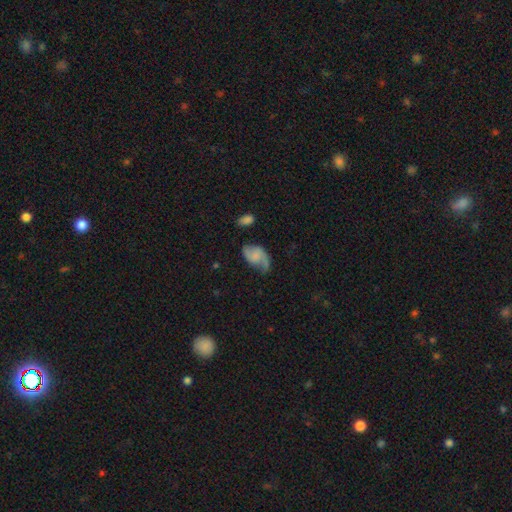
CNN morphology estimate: smooth_or_featured: featured or disk (p=0.53) [alt: smooth p=0.38]
disk_edge_on: no (p=0.97) [alt: yes p=0.03]
bar: no (p=0.66) [alt: weak p=0.28]
has_spiral_arms: yes (p=0.88) [alt: no p=0.12]
bulge_size: none (p=0.51) [alt: small p=0.26]
merging: none (p=0.45) [alt: minor disturbance p=0.31]